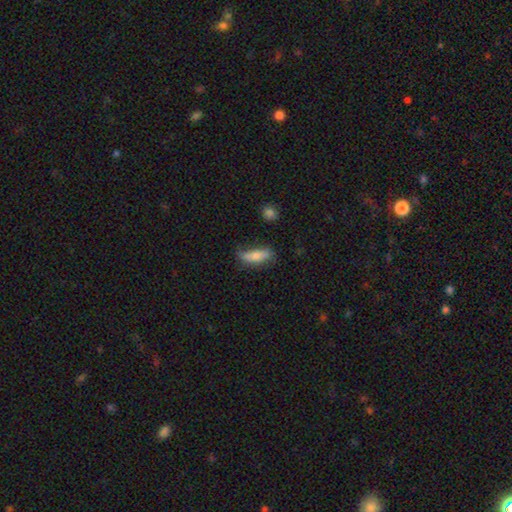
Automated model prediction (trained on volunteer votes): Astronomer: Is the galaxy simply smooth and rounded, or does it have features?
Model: smooth — 72%.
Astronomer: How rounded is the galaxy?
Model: in between — 49% (runner-up: cigar-shaped, 48%).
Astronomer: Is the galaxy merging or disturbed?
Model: none — 60%.